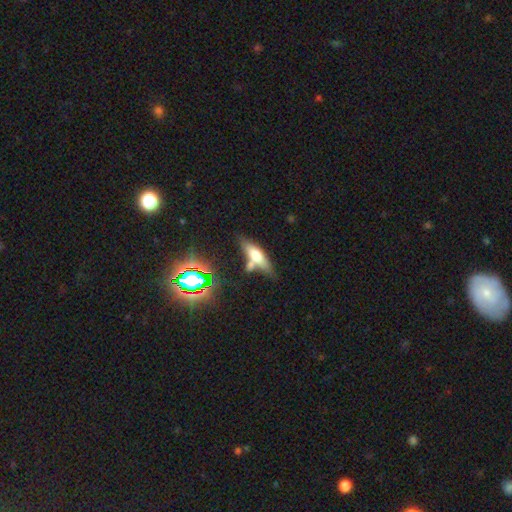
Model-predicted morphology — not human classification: type=smooth (56%); roundness=in between (50%); merging=none (51%).